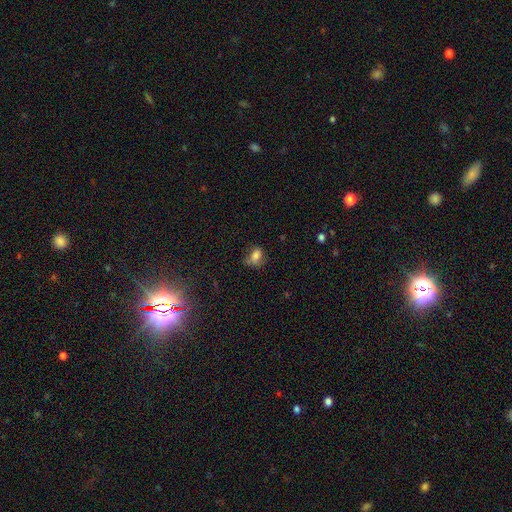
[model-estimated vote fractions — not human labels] smooth_or_featured: smooth (p=0.76) [alt: star or artifact p=0.13]
how_rounded: in between (p=0.72) [alt: round p=0.26]
merging: none (p=0.51) [alt: minor disturbance p=0.31]